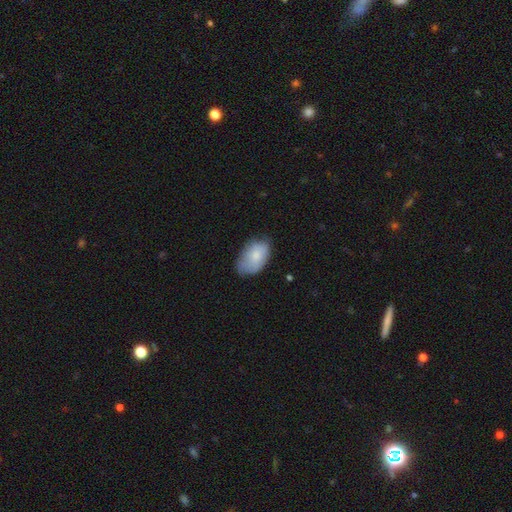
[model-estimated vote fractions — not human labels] smooth_or_featured: smooth (p=0.78) [alt: featured or disk p=0.15]
how_rounded: in between (p=0.92) [alt: round p=0.07]
merging: none (p=0.59) [alt: minor disturbance p=0.32]